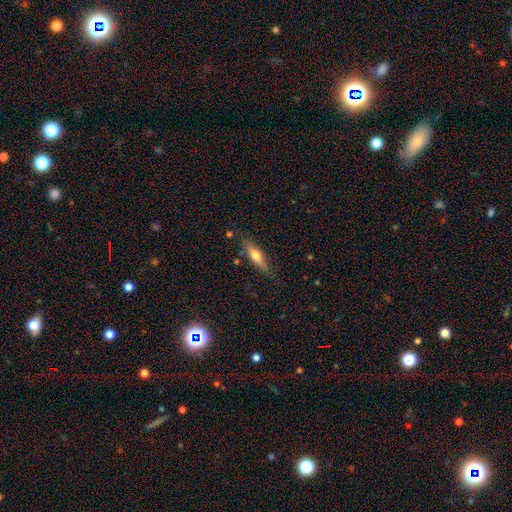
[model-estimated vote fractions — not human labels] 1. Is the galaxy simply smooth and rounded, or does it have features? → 51% smooth, 43% featured or disk, 6% star or artifact.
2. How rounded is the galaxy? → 67% cigar-shaped, 31% in between, 2% round.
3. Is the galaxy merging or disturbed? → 80% none, 14% minor disturbance, 3% major disturbance, 3% merger.